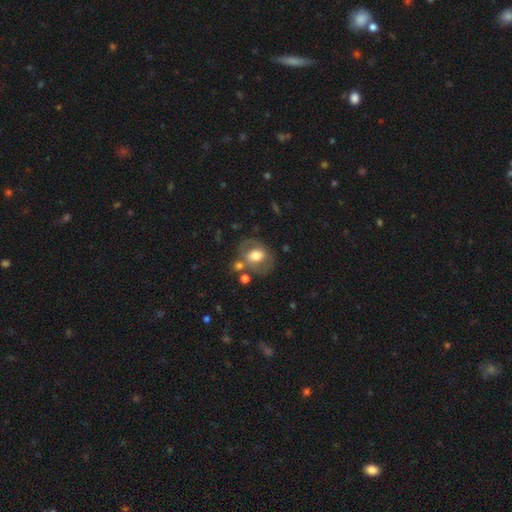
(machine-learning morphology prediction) Smooth or featured: smooth — 49% (featured or disk — 43%)
Merging: none — 62% (minor disturbance — 18%)